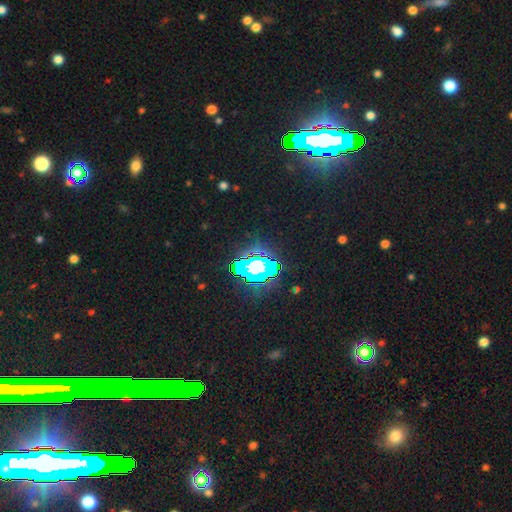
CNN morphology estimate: Overall: star or artifact (81%).